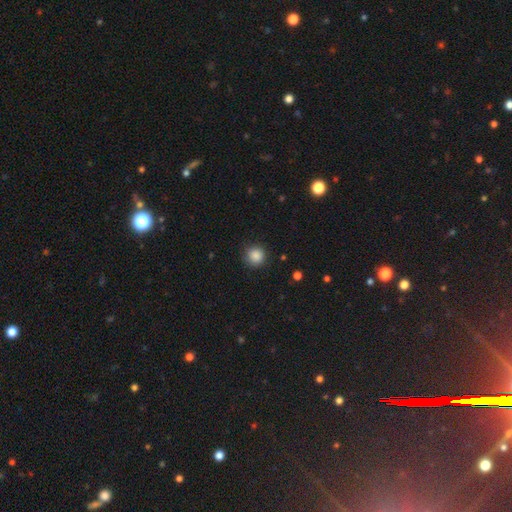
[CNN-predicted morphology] The model was most divided on "smooth or featured": smooth: 87%, star or artifact: 10%, featured or disk: 3%. More confident: how rounded — round (93%); merging — none (86%).